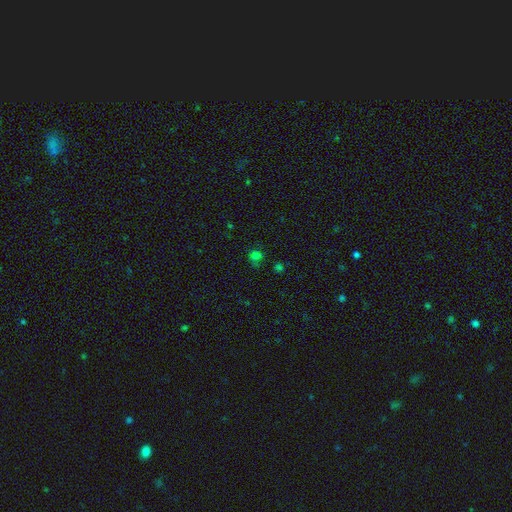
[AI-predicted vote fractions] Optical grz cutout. It shows a smooth galaxy with no disk features (63%) that is round (71%). Merging: none (62%).